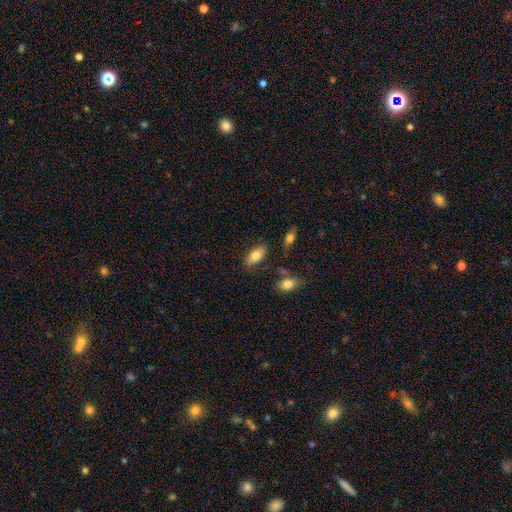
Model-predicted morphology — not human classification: This appears to be a smooth galaxy with no disk features (80%) that is in between round and cigar-shaped (89%). Merging: none (78%).